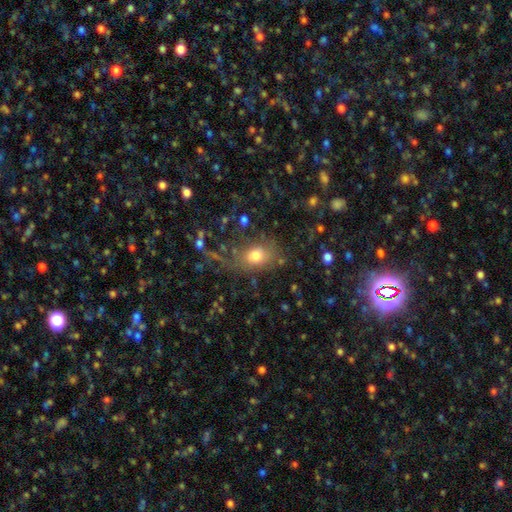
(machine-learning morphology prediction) Smooth or featured? Predicted: smooth (p=0.70). How rounded? Predicted: in between (p=0.63). Merging? Predicted: none (p=0.59).